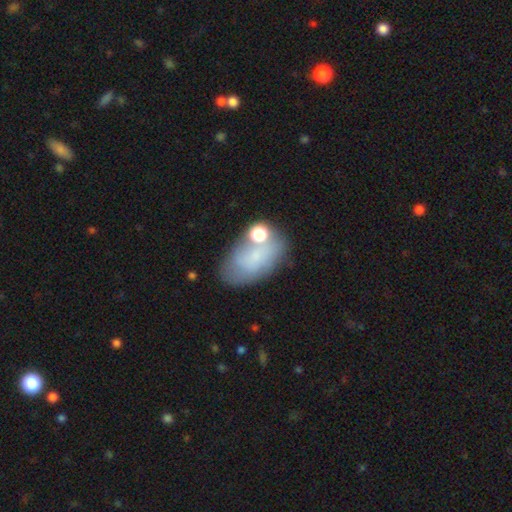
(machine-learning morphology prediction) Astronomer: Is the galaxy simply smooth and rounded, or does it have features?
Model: smooth — 63%.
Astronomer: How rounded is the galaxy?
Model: in between — 89%.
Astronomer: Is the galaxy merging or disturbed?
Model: none — 50%.